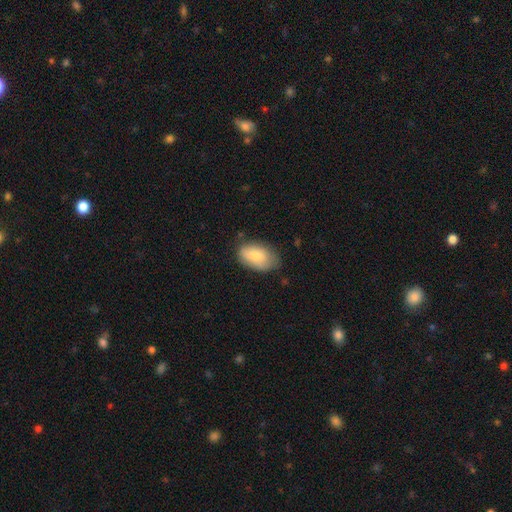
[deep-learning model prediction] Smooth or featured: smooth — 80% (featured or disk — 14%)
How rounded: in between — 93% (round — 5%)
Merging: none — 68% (minor disturbance — 25%)